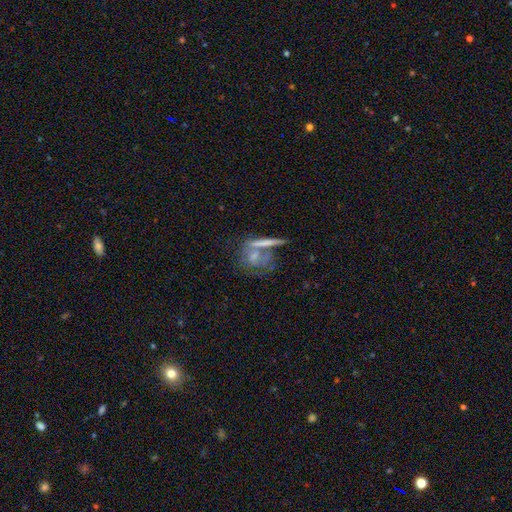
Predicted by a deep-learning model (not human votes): featured or disk 44%, smooth 39%, star or artifact 18%. Down the decision tree: merging — none (46%).